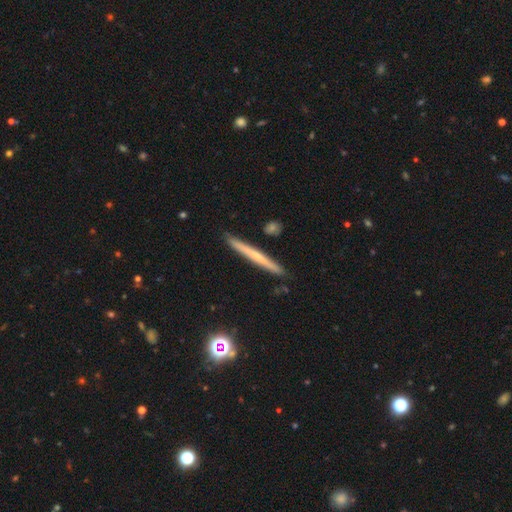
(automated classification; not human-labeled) This appears to be a featured or disk galaxy (50%) viewed edge-on (96%). Merging: none (90%).